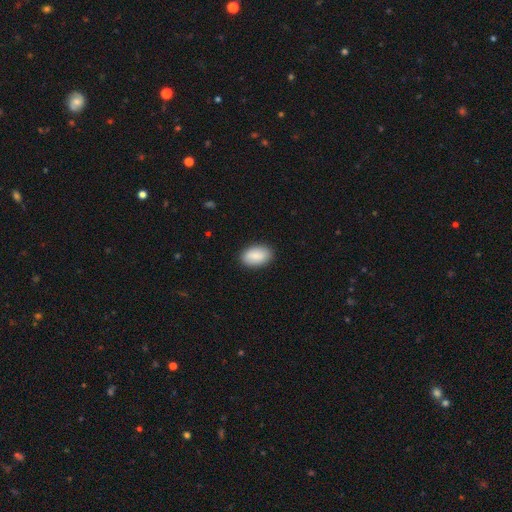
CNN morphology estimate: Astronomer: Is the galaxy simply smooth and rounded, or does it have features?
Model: smooth — 89%.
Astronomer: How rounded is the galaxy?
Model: in between — 93%.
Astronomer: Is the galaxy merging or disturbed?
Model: none — 88%.